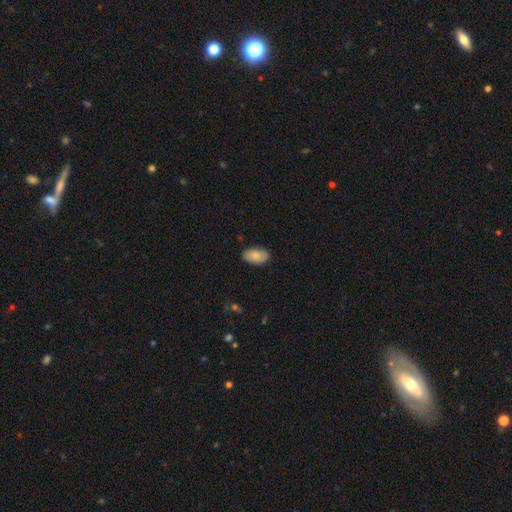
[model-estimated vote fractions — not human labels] The model was most divided on "merging": none: 80%, minor disturbance: 16%, major disturbance: 3%, merger: 1%. More confident: how rounded — in between (94%); smooth or featured — smooth (79%).